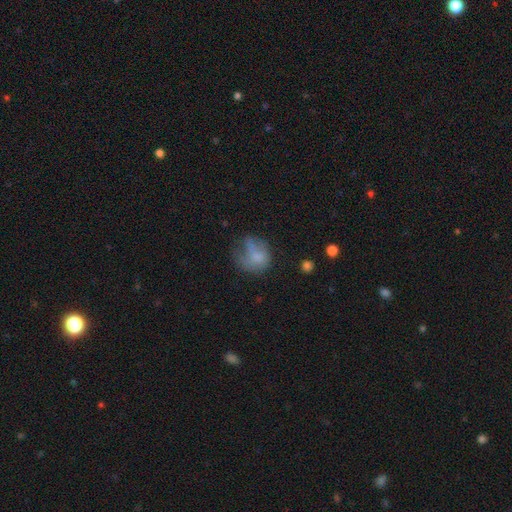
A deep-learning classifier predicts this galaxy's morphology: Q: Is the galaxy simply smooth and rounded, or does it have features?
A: smooth — 63%.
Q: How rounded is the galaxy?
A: round — 53%.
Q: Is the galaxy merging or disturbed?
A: major disturbance — 39%.